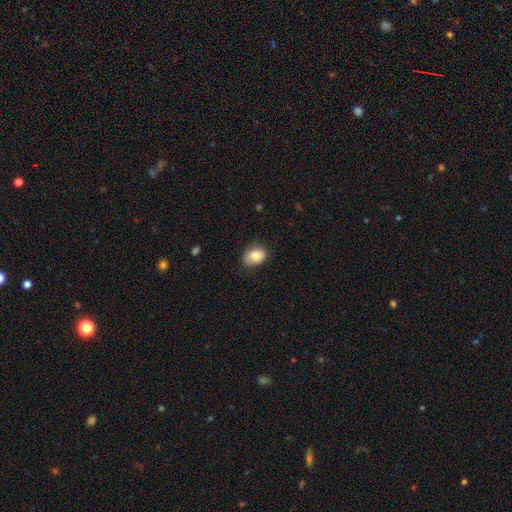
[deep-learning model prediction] smooth 85%, star or artifact 8%, featured or disk 7%. Down the decision tree: how rounded — in between (67%); merging — none (77%).